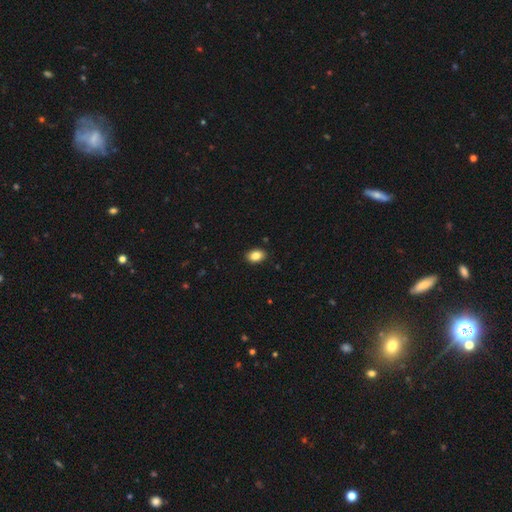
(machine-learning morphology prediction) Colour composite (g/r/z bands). It shows a smooth galaxy with no disk features (87%) that is in between round and cigar-shaped (81%). Merging: none (89%).